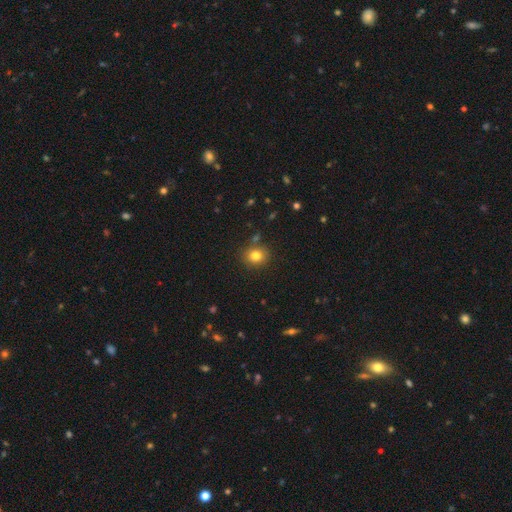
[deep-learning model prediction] A smooth galaxy with no disk features (80%) that is round (73%).

Vote fractions:
- Smooth or featured? smooth: 80% / star or artifact: 12% / featured or disk: 8%
- How rounded? round: 73% / in between: 26% / cigar-shaped: 1%
- Merging? none: 83% / minor disturbance: 10% / merger: 5% / major disturbance: 3%